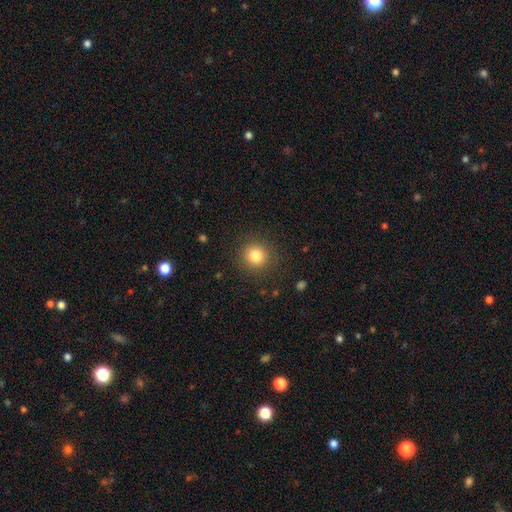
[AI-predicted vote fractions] A smooth galaxy with no disk features (82%) that is round (92%).

Vote fractions:
- Smooth or featured? smooth: 82% / star or artifact: 12% / featured or disk: 7%
- How rounded? round: 92% / in between: 7% / cigar-shaped: 1%
- Merging? none: 89% / minor disturbance: 7% / major disturbance: 3% / merger: 1%